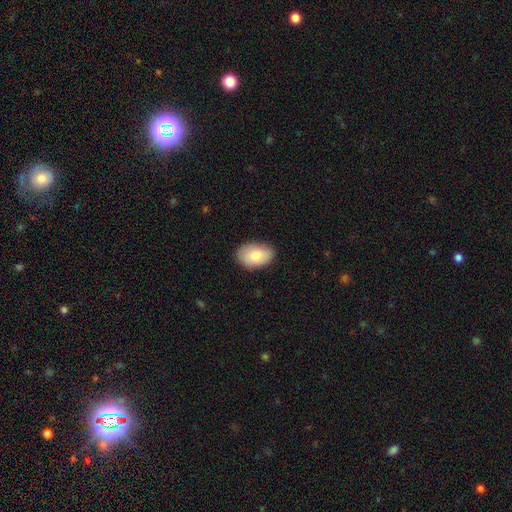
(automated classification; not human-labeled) Smooth or featured? smooth (83%)
How rounded? in between (90%)
Merging? none (83%)